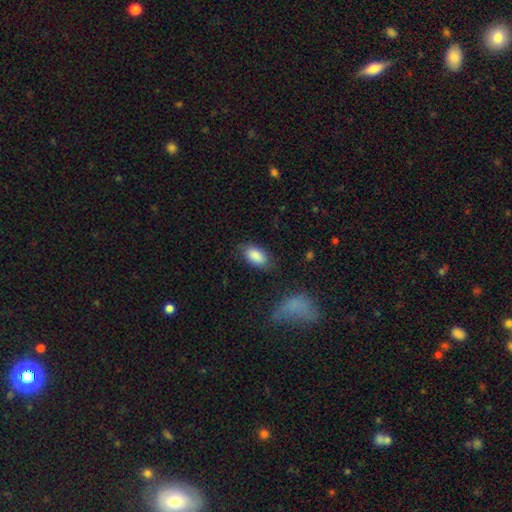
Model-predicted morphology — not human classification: smooth_or_featured: smooth (p=0.87) [alt: star or artifact p=0.07]
how_rounded: in between (p=0.93) [alt: round p=0.04]
merging: none (p=0.76) [alt: minor disturbance p=0.17]